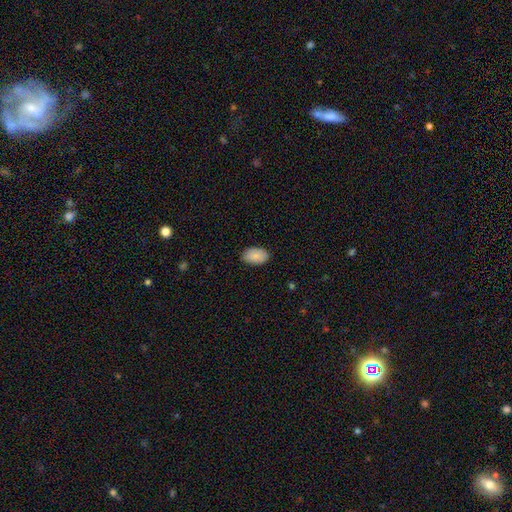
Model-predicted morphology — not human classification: Smooth or featured? Predicted: smooth (p=0.88). How rounded? Predicted: in between (p=0.93). Merging? Predicted: none (p=0.86).